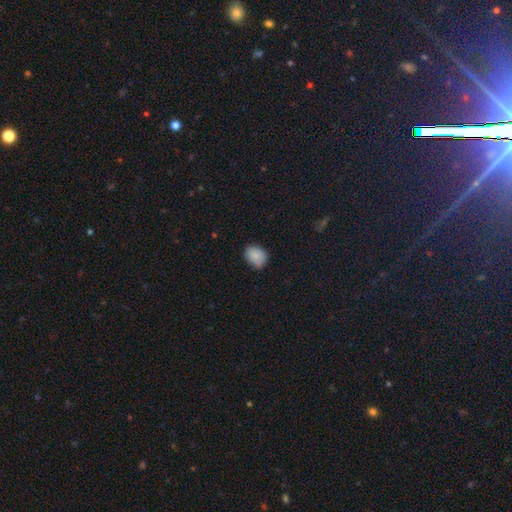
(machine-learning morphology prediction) Smooth or featured? Predicted: smooth (p=0.86). How rounded? Predicted: in between (p=0.52). Merging? Predicted: none (p=0.70).